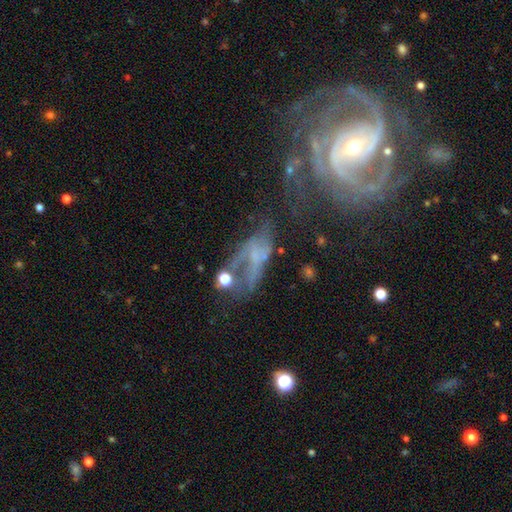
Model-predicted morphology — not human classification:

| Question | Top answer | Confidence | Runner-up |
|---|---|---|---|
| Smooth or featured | featured or disk | 60% | smooth (22%) |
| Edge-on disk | no | 90% | yes (10%) |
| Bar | no | 66% | weak (23%) |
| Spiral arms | yes | 54% | no (46%) |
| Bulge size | none | 52% | small (30%) |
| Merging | major disturbance | 38% | none (25%) |